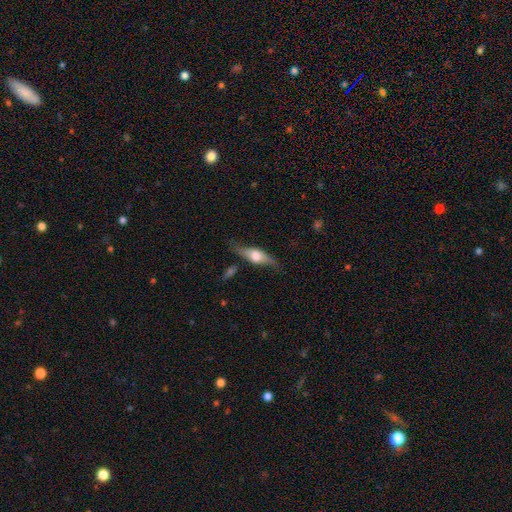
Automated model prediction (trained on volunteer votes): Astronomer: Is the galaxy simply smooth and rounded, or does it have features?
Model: featured or disk — 55% (runner-up: smooth, 39%).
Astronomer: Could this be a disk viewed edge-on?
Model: yes — 81%.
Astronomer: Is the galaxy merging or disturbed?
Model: none — 72%.